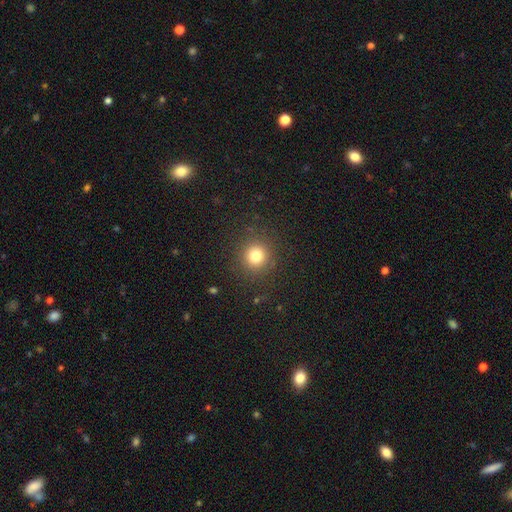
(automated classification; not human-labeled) Q: Smooth or featured?
A: smooth (79%); runner-up: star or artifact (15%)
Q: How rounded?
A: round (93%); runner-up: in between (6%)
Q: Merging?
A: none (89%); runner-up: minor disturbance (7%)